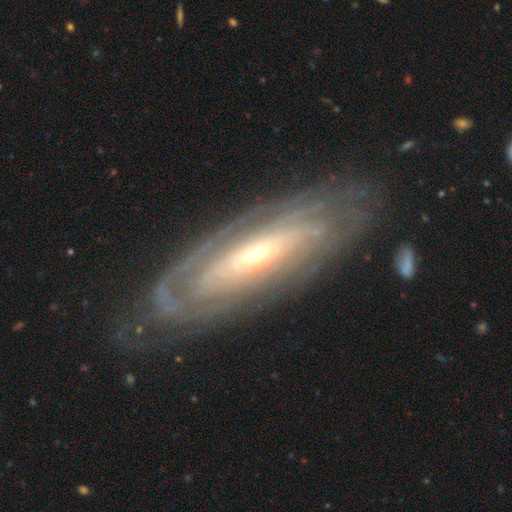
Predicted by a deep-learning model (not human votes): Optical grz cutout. It shows a featured or disk galaxy (83%) with no bar (55%), tight (75%) spiral arms (83%) and a small central bulge (67%). Merging: none (77%).